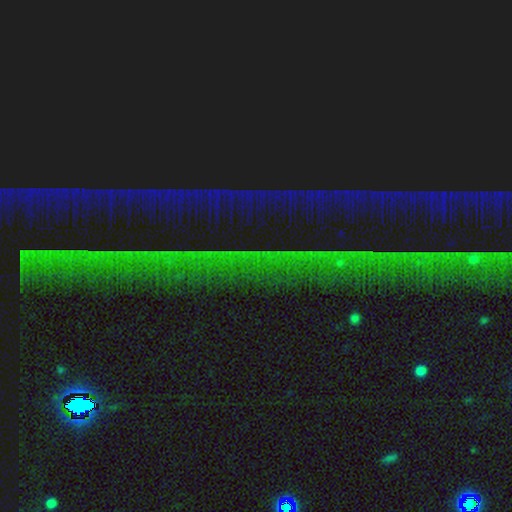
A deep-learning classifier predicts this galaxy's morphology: smooth_or_featured: star or artifact (p=0.88) [alt: featured or disk p=0.07]